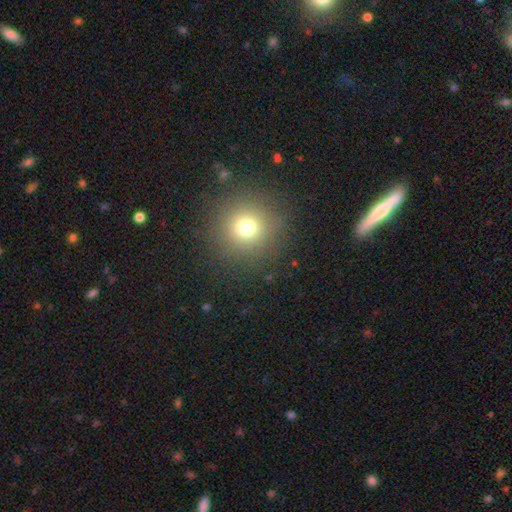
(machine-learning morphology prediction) A smooth galaxy with no disk features (61%) that is round (93%).

Vote fractions:
- Smooth or featured? smooth: 61% / star or artifact: 28% / featured or disk: 11%
- How rounded? round: 93% / in between: 5% / cigar-shaped: 2%
- Merging? none: 90% / minor disturbance: 5% / major disturbance: 2% / merger: 2%